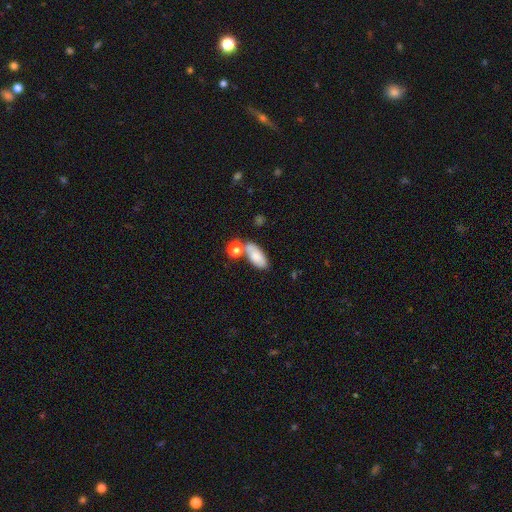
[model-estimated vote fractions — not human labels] smooth-or-featured: smooth: 79% | featured or disk: 13% | star or artifact: 8%
  how-rounded: in between: 86% | cigar-shaped: 9% | round: 4%
  merging: none: 55% | merger: 24% | minor disturbance: 16% | major disturbance: 5%